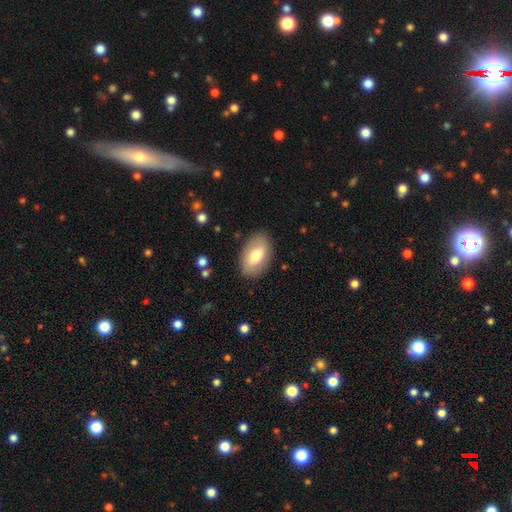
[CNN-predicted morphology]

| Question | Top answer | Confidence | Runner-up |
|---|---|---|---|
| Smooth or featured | smooth | 68% | featured or disk (26%) |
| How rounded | in between | 92% | round (6%) |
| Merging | none | 84% | minor disturbance (11%) |